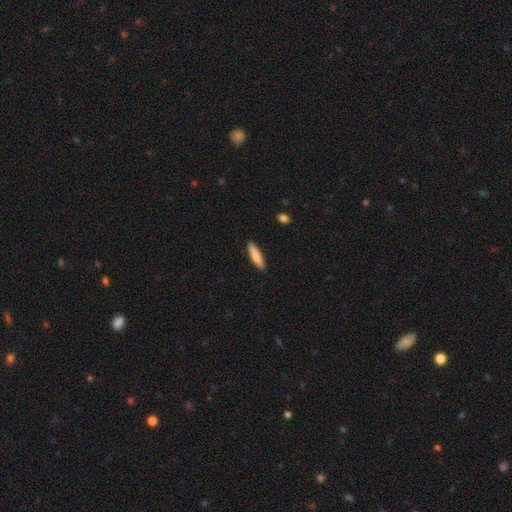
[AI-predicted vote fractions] Smooth or featured? smooth (83%)
How rounded? cigar-shaped (78%)
Merging? none (90%)